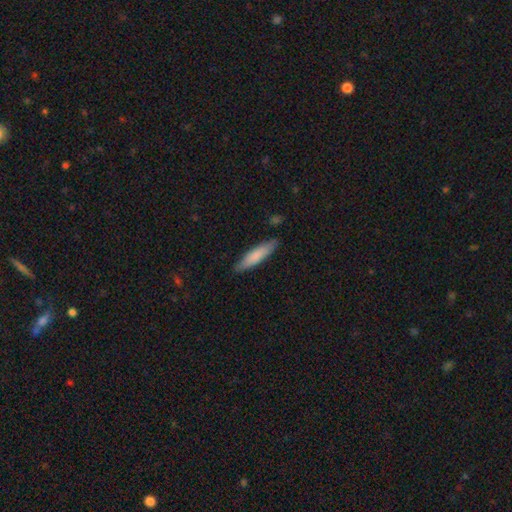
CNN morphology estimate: This is likely a smooth galaxy (79%). How rounded: clearly cigar-shaped (82%). Merging: clearly none (86%).